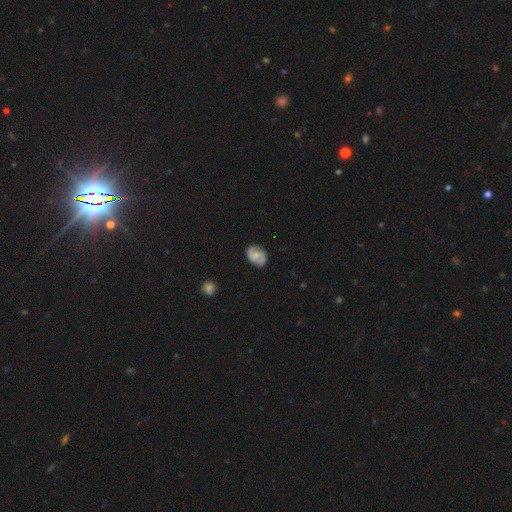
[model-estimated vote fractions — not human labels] Smooth or featured? Predicted: featured or disk (p=0.53). Edge-on disk? Predicted: no (p=0.97). Bar? Predicted: no (p=0.53). Spiral arms? Predicted: yes (p=0.80). Bulge size? Predicted: small (p=0.43). Merging? Predicted: none (p=0.74).